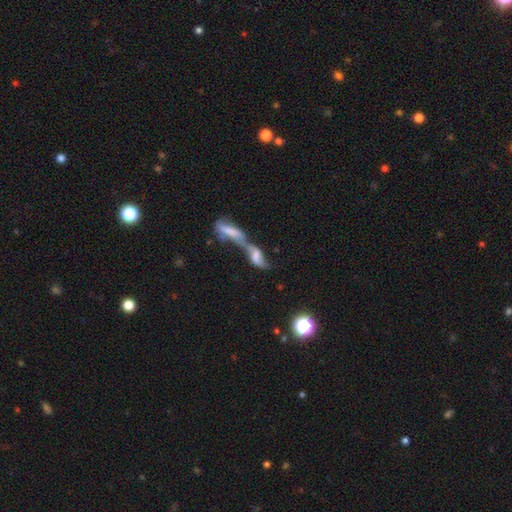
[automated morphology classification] type=featured or disk (45%); merging=merger (82%).